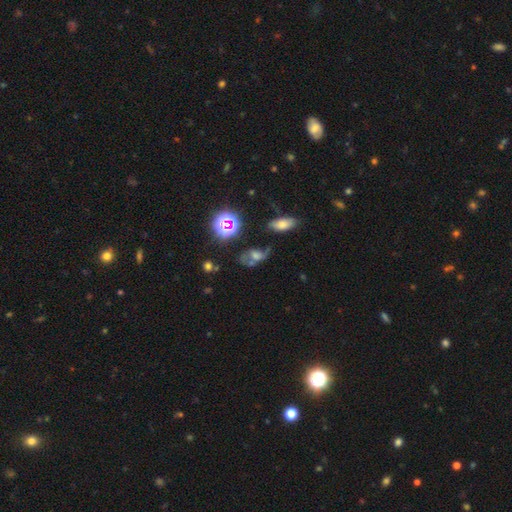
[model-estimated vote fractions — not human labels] star or artifact 38%, featured or disk 31%, smooth 30%.